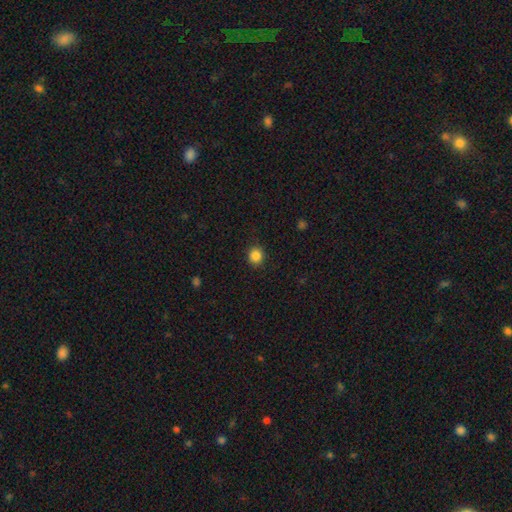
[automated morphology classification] Smooth or featured: smooth — 86% (star or artifact — 11%)
How rounded: round — 88% (in between — 11%)
Merging: none — 90% (minor disturbance — 7%)